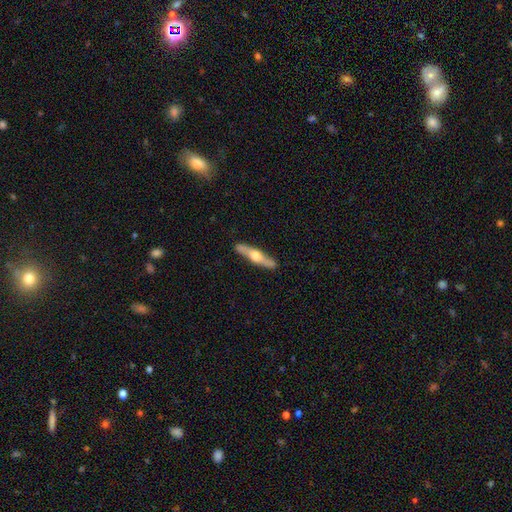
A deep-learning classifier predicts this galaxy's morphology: This is likely a featured or disk galaxy (63%). It is clearly viewed edge-on (90%). Edge-on bulge: clearly rounded (93%). Merging: clearly none (89%).